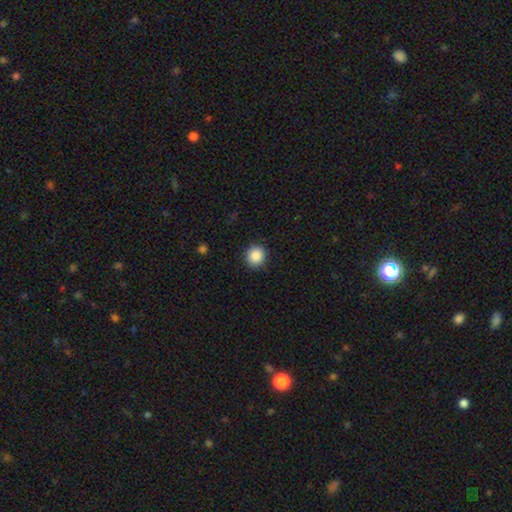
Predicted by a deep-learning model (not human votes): smooth_or_featured: smooth (p=0.88) [alt: star or artifact p=0.09]
how_rounded: round (p=0.88) [alt: in between p=0.11]
merging: none (p=0.91) [alt: minor disturbance p=0.06]